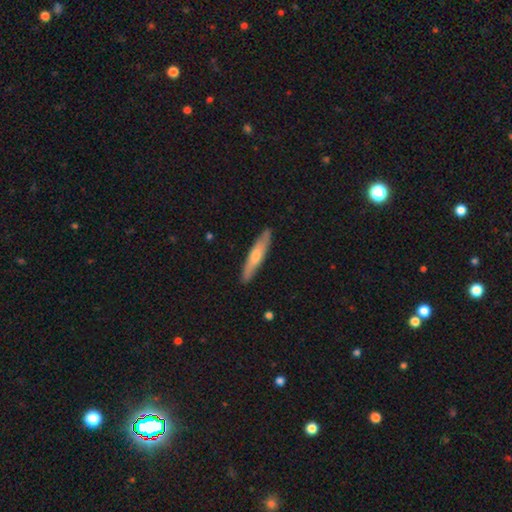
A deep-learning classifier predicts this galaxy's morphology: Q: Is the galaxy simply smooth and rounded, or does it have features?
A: smooth — 54%.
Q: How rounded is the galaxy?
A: cigar-shaped — 90%.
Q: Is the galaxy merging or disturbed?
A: none — 88%.